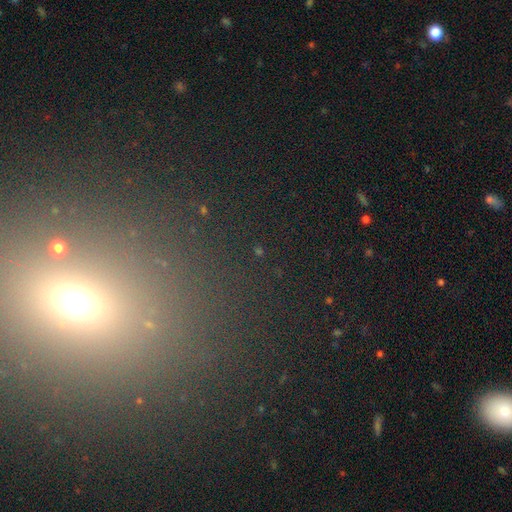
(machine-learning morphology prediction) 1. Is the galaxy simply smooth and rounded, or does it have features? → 47% star or artifact, 41% smooth, 12% featured or disk.